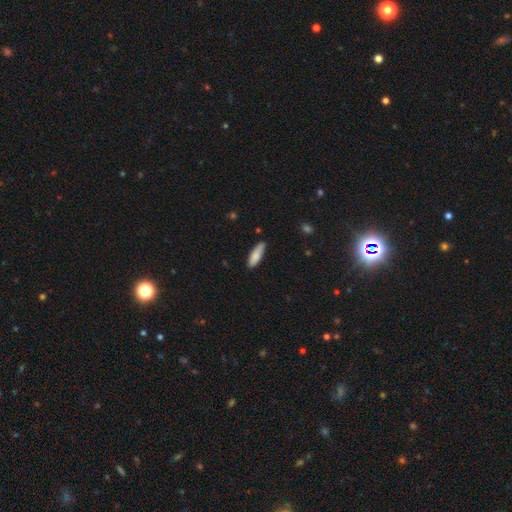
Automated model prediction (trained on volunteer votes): Q: Smooth or featured?
A: smooth (83%); runner-up: featured or disk (11%)
Q: How rounded?
A: cigar-shaped (50%); runner-up: in between (48%)
Q: Merging?
A: none (79%); runner-up: minor disturbance (17%)